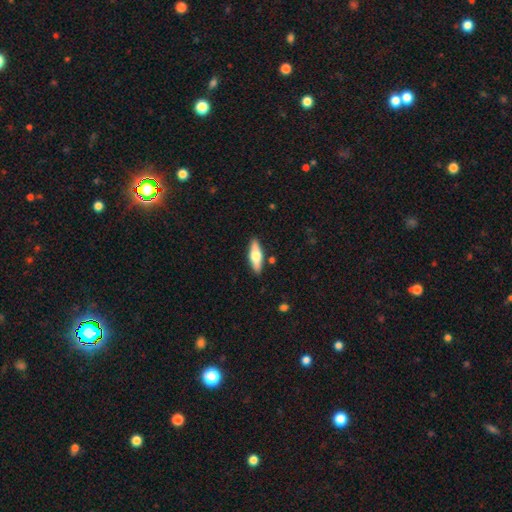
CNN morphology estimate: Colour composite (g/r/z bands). It shows a smooth galaxy with no disk features (49%). Merging: none (87%).